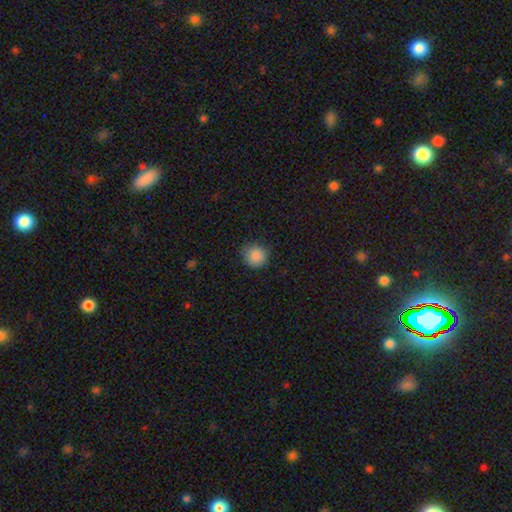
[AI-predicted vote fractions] smooth_or_featured: smooth (p=0.87) [alt: star or artifact p=0.09]
how_rounded: round (p=0.91) [alt: in between p=0.08]
merging: none (p=0.84) [alt: minor disturbance p=0.12]